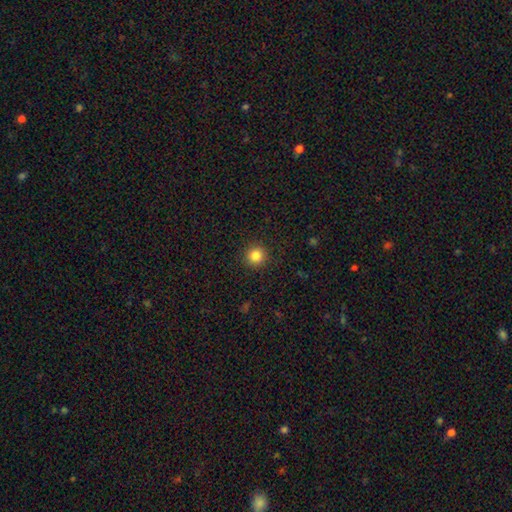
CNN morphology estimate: smooth_or_featured: smooth (p=0.84) [alt: star or artifact p=0.11]
how_rounded: round (p=0.94) [alt: in between p=0.05]
merging: none (p=0.92) [alt: minor disturbance p=0.05]